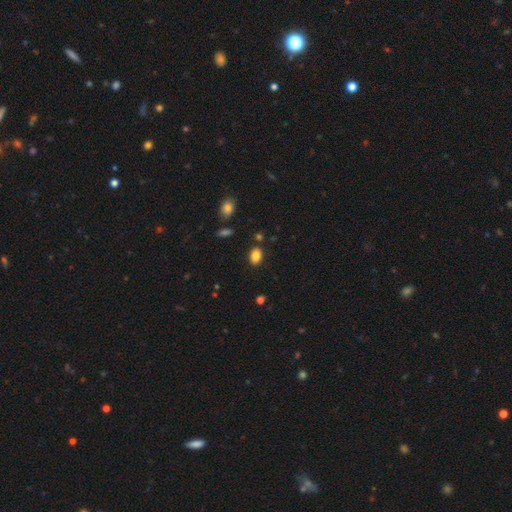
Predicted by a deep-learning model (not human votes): Smooth or featured?
  - smooth: 85% *
  - star or artifact: 10%
  - featured or disk: 5%
How rounded?
  - in between: 73% *
  - round: 26%
  - cigar-shaped: 1%
Merging?
  - none: 84% *
  - minor disturbance: 10%
  - merger: 3%
  - major disturbance: 3%